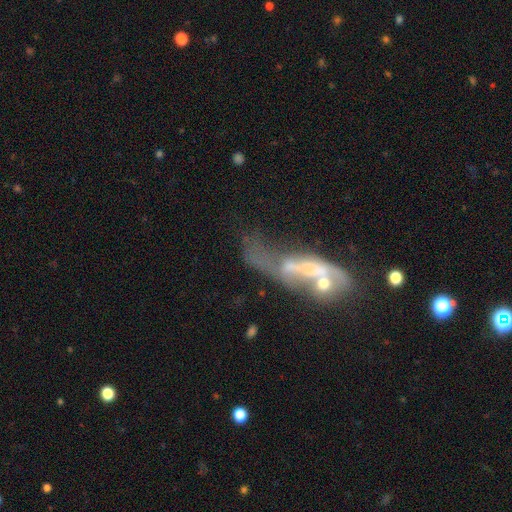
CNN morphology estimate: type=featured or disk (53%); edge-on=no (76%); merging=merger (37%).